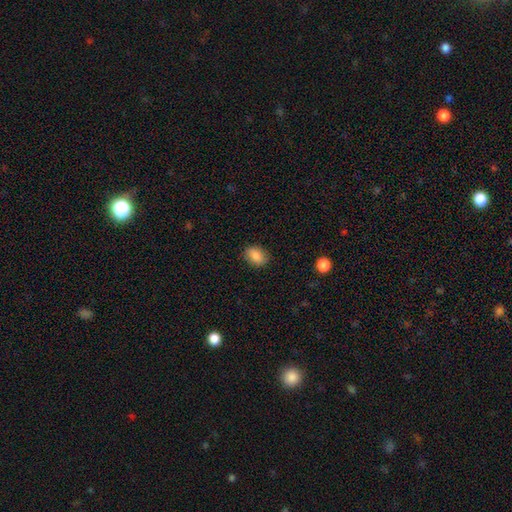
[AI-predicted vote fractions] Q: Smooth or featured?
A: smooth (87%); runner-up: star or artifact (8%)
Q: How rounded?
A: in between (76%); runner-up: round (23%)
Q: Merging?
A: none (86%); runner-up: minor disturbance (10%)